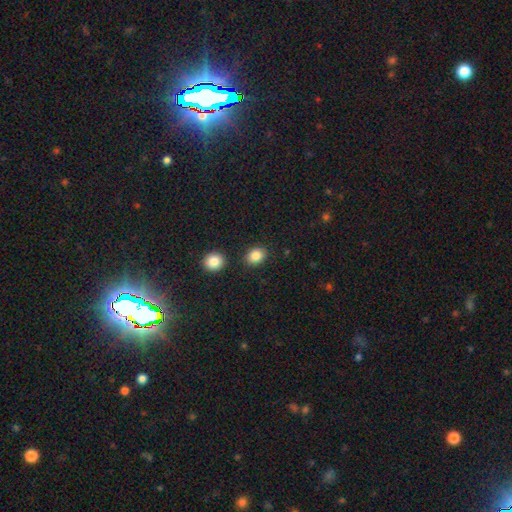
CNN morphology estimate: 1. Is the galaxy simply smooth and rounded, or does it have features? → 85% smooth, 9% star or artifact, 6% featured or disk.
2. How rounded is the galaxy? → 50% in between (tied), 50% round (tied), 1% cigar-shaped.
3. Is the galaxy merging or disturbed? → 84% none, 8% minor disturbance, 5% merger, 2% major disturbance.